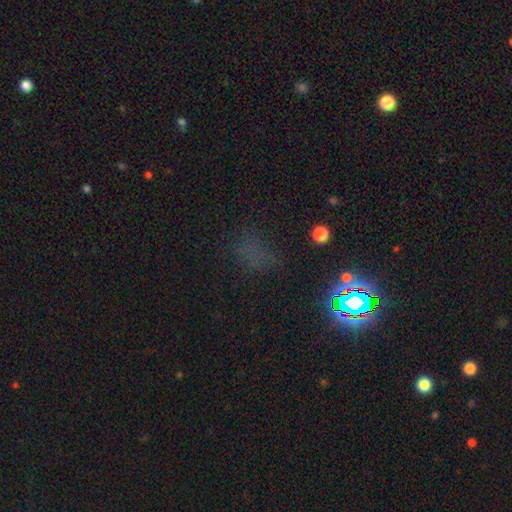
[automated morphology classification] Smooth or featured: star or artifact — 55% (smooth — 36%)